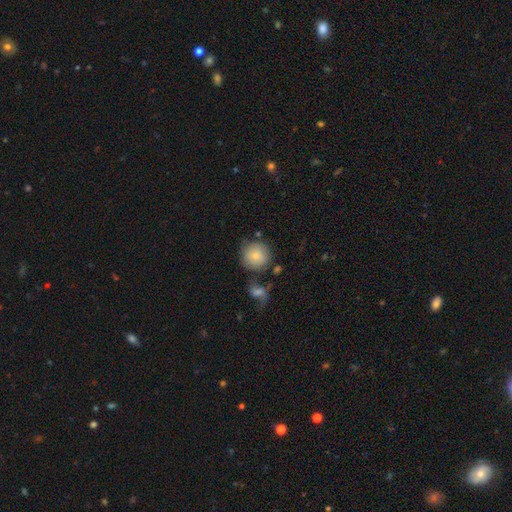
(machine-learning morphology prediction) smooth 79%, featured or disk 13%, star or artifact 8%. Down the decision tree: how rounded — round (91%); merging — none (64%).